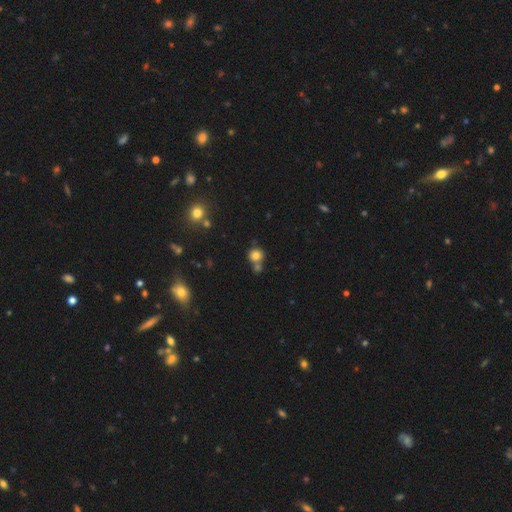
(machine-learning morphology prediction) Smooth or featured? smooth (79%)
How rounded? round (88%)
Merging? none (60%)